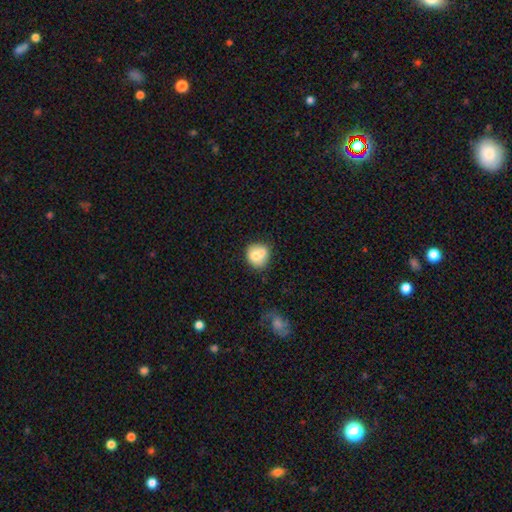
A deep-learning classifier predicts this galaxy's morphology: smooth-or-featured: smooth: 72% | featured or disk: 20% | star or artifact: 8%
  how-rounded: round: 79% | in between: 21% | cigar-shaped: 1%
  merging: none: 45% | merger: 36% | minor disturbance: 14% | major disturbance: 5%